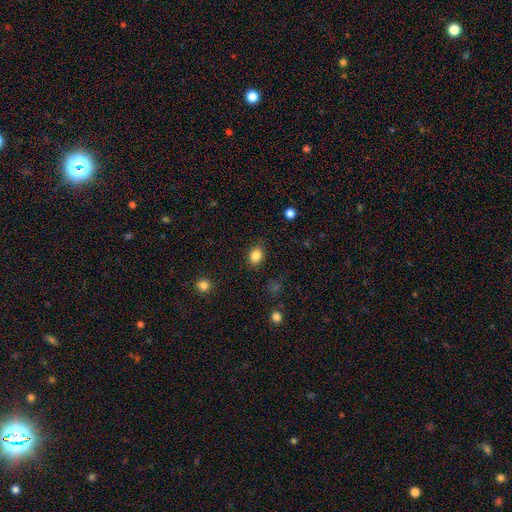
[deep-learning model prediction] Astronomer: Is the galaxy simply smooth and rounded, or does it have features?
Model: smooth — 85%.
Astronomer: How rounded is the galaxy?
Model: in between — 60% (runner-up: round, 38%).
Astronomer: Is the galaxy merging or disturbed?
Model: none — 82%.